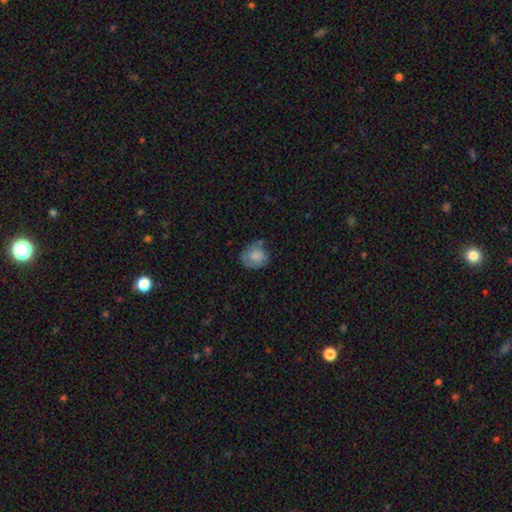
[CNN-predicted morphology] Smooth or featured: smooth — 71% (featured or disk — 21%)
How rounded: round — 70% (in between — 29%)
Merging: none — 56% (minor disturbance — 30%)